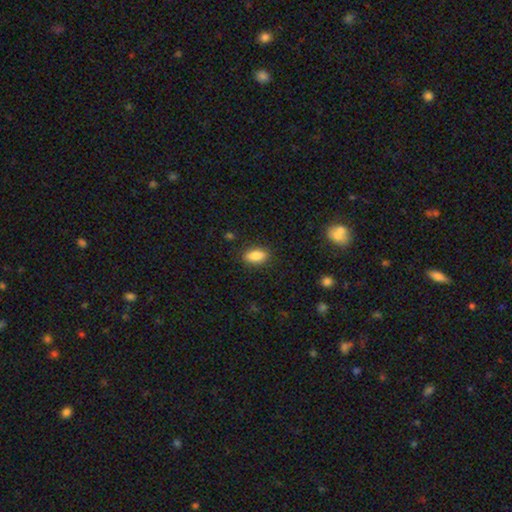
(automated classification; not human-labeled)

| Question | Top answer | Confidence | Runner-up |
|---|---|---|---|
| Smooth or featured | smooth | 86% | star or artifact (8%) |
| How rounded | in between | 87% | cigar-shaped (8%) |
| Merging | none | 87% | minor disturbance (9%) |